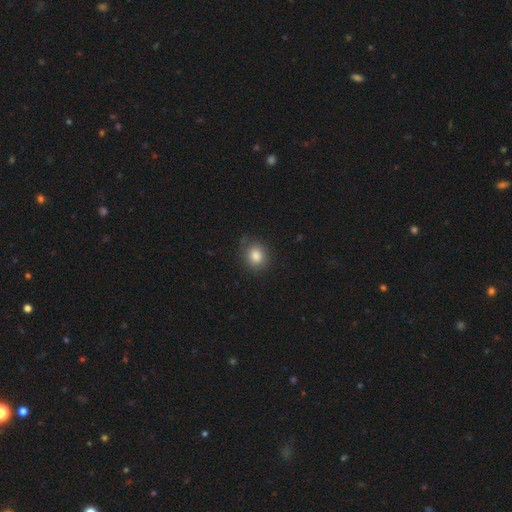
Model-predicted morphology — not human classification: Smooth or featured?
  - smooth: 84% *
  - star or artifact: 10%
  - featured or disk: 7%
How rounded?
  - round: 73% *
  - in between: 26%
  - cigar-shaped: 1%
Merging?
  - none: 80% *
  - minor disturbance: 15%
  - major disturbance: 4%
  - merger: 1%